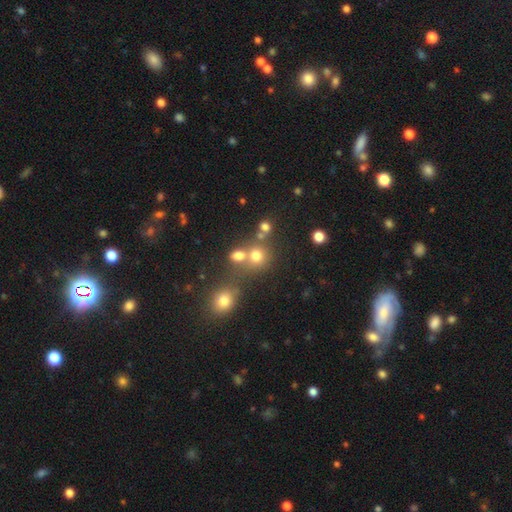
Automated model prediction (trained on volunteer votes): Q: Smooth or featured?
A: smooth (72%); runner-up: star or artifact (18%)
Q: How rounded?
A: round (81%); runner-up: in between (18%)
Q: Merging?
A: none (52%); runner-up: merger (35%)